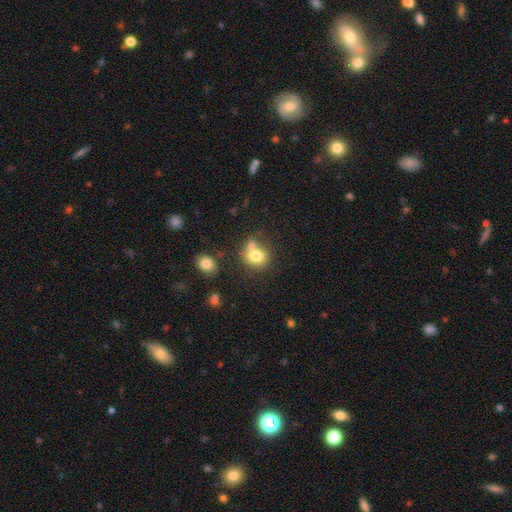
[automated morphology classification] Q: Smooth or featured?
A: smooth (77%); runner-up: featured or disk (12%)
Q: How rounded?
A: round (66%); runner-up: in between (33%)
Q: Merging?
A: none (48%); runner-up: merger (34%)